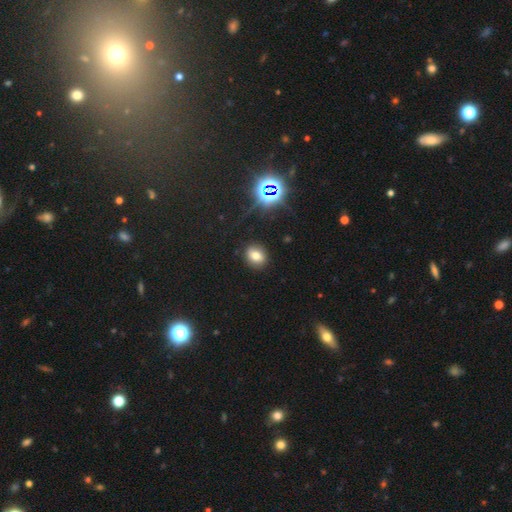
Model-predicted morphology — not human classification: This appears to be a smooth galaxy with no disk features (71%) that is round (55%). Merging: none (88%).